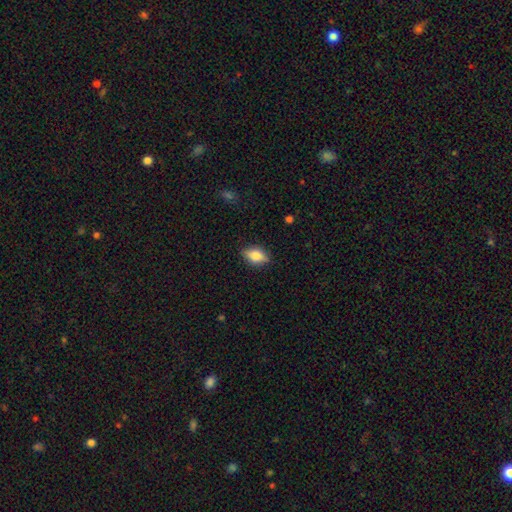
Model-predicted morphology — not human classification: type=smooth (71%); roundness=in between (84%); merging=none (84%).